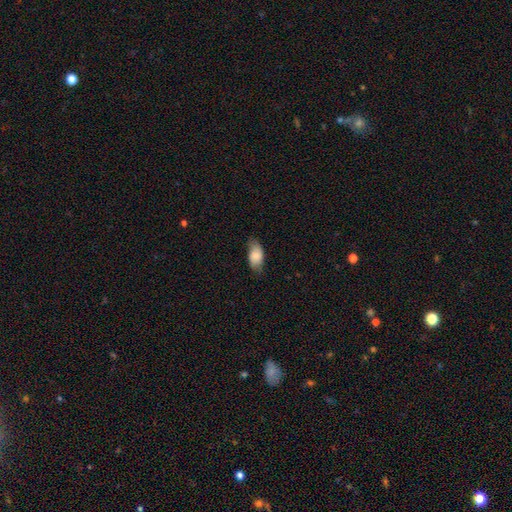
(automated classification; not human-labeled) This is clearly a smooth galaxy (81%). How rounded: clearly in between (92%). Merging: likely none (73%).